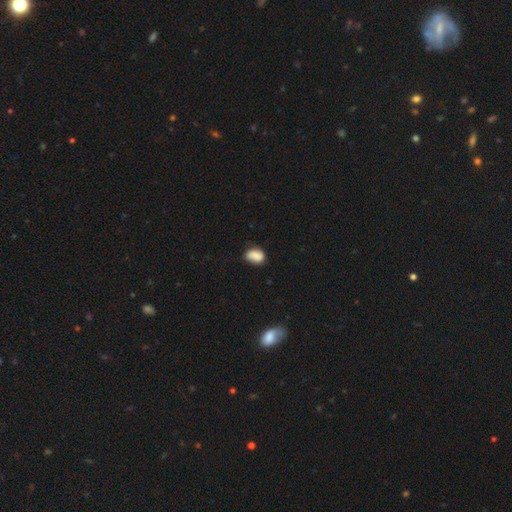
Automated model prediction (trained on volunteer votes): Overall: smooth (82%). How rounded: in between (77%). Merging: none (59%; minor disturbance 29%).